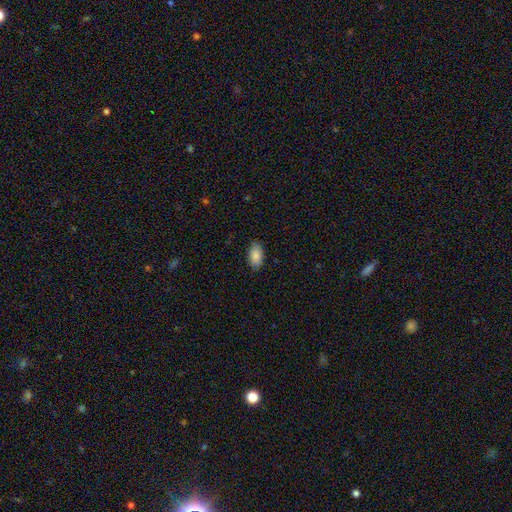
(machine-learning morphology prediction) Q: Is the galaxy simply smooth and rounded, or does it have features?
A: smooth — 87%.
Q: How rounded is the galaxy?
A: in between — 94%.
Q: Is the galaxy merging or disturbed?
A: none — 86%.